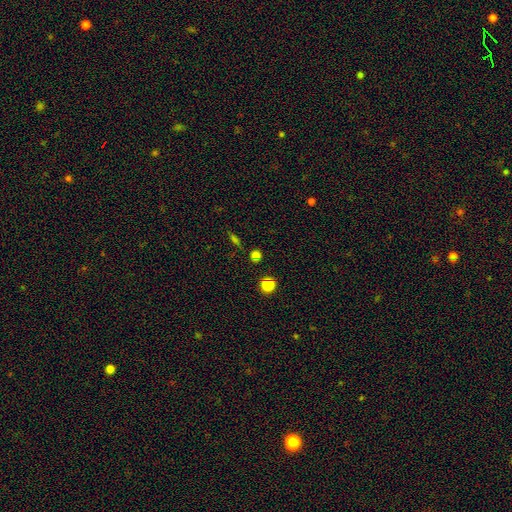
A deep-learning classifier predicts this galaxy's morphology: Smooth or featured? smooth (62%)
How rounded? round (85%)
Merging? none (79%)